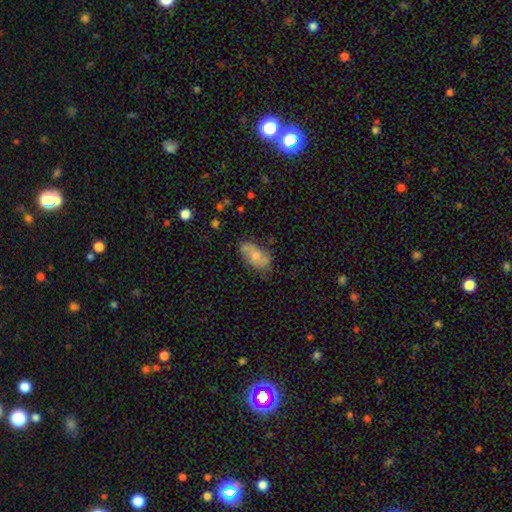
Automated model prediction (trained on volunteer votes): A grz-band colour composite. It shows a smooth galaxy with no disk features (56%) that is in between round and cigar-shaped (89%). Merging: none (70%).